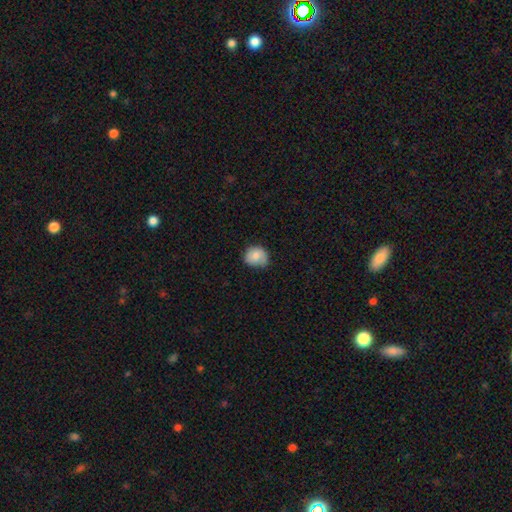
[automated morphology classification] smooth-or-featured: smooth: 80% | featured or disk: 12% | star or artifact: 8%
  how-rounded: round: 73% | in between: 26% | cigar-shaped: 1%
  merging: none: 63% | minor disturbance: 30% | major disturbance: 5% | merger: 1%